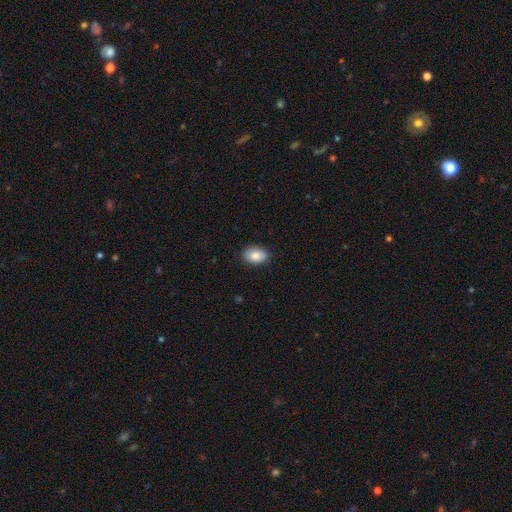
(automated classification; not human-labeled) Smooth or featured?
  - smooth: 85% *
  - featured or disk: 8%
  - star or artifact: 7%
How rounded?
  - in between: 84% *
  - round: 15%
  - cigar-shaped: 1%
Merging?
  - none: 85% *
  - minor disturbance: 11%
  - major disturbance: 2%
  - merger: 1%